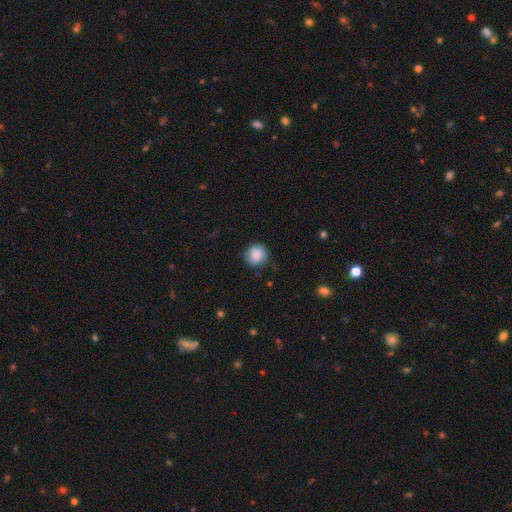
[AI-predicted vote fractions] smooth_or_featured: smooth (p=0.85) [alt: featured or disk p=0.08]
how_rounded: round (p=0.87) [alt: in between p=0.12]
merging: none (p=0.76) [alt: minor disturbance p=0.18]